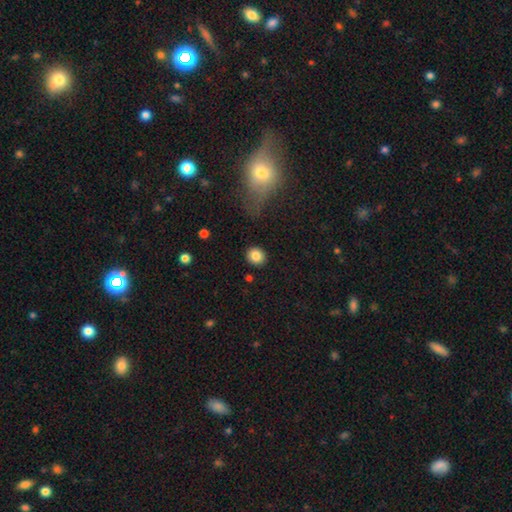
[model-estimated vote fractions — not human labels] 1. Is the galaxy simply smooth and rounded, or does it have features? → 84% smooth, 10% star or artifact, 6% featured or disk.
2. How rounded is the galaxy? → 82% round, 17% in between, 1% cigar-shaped.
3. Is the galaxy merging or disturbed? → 89% none, 7% minor disturbance, 2% major disturbance, 2% merger.